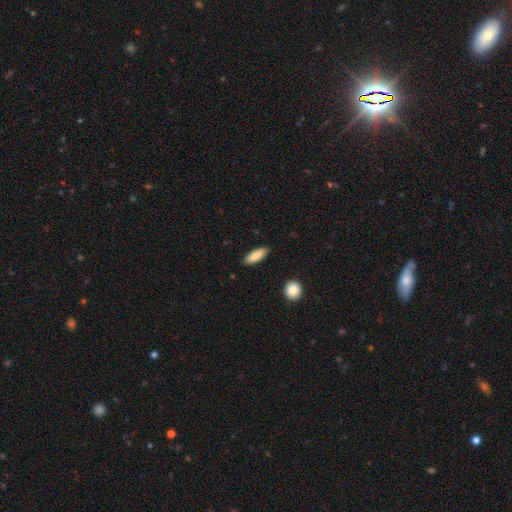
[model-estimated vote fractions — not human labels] This is clearly a smooth galaxy (86%). How rounded: likely in between (62%). Merging: clearly none (88%).